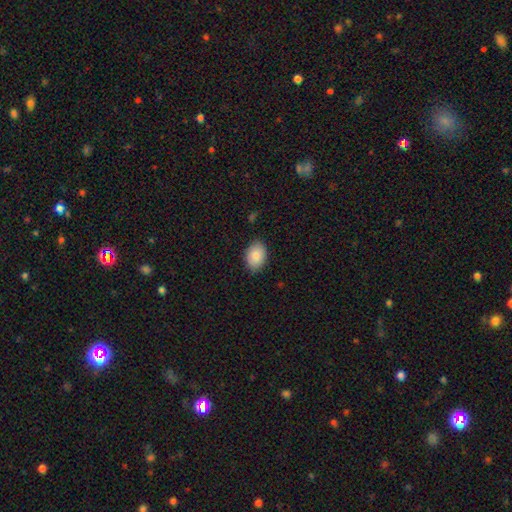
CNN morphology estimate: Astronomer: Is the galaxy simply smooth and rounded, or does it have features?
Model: smooth — 86%.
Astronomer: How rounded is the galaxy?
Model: in between — 80%.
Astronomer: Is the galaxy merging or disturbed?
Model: none — 83%.